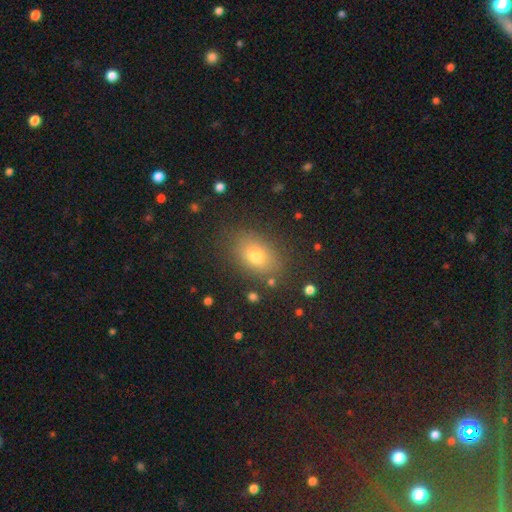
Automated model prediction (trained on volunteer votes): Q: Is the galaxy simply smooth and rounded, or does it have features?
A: smooth — 72%.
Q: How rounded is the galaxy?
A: in between — 76%.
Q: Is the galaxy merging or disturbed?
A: none — 83%.